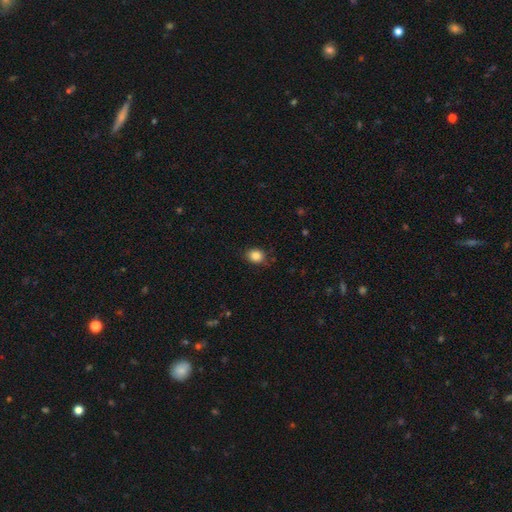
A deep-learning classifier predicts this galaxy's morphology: A smooth galaxy with no disk features (86%) that is round (54%). Merging: none (82%).